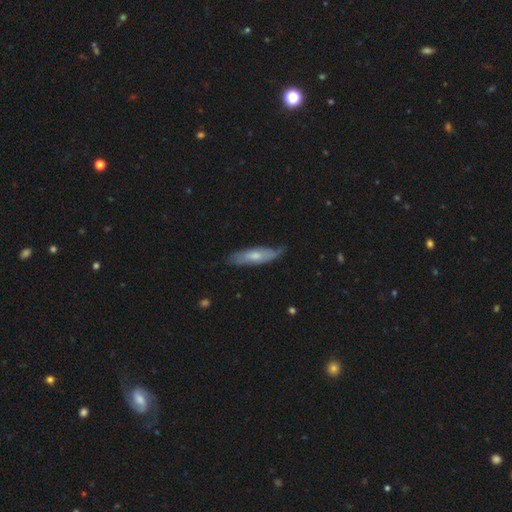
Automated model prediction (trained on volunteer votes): Morphology: type=smooth (54%); roundness=cigar-shaped (63%); merging=none (68%).